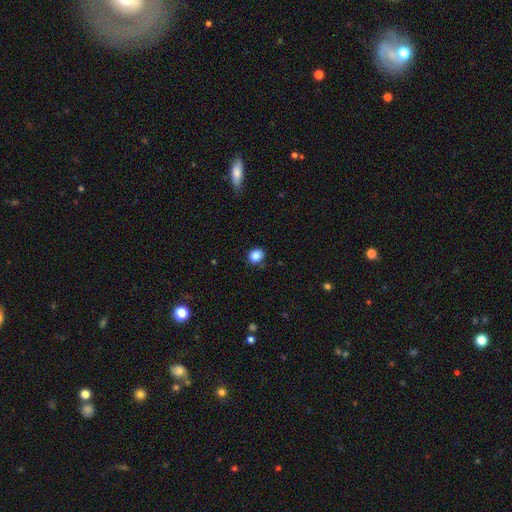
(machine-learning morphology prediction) Smooth or featured?
  - smooth: 87% *
  - star or artifact: 10%
  - featured or disk: 4%
How rounded?
  - round: 71% *
  - in between: 28%
  - cigar-shaped: 1%
Merging?
  - none: 81% *
  - minor disturbance: 15%
  - major disturbance: 3%
  - merger: 1%